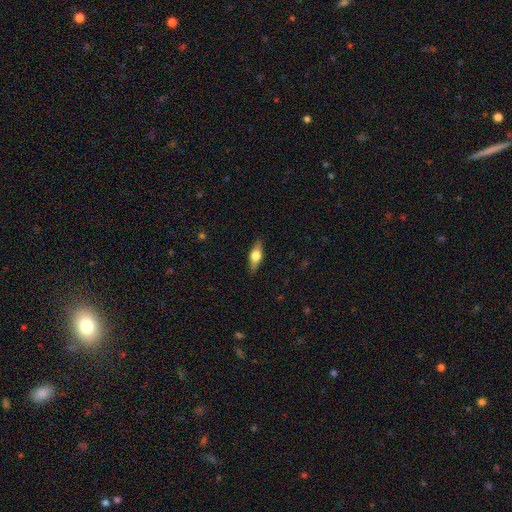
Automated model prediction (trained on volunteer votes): smooth 49%, featured or disk 44%, star or artifact 6%. Down the decision tree: merging — none (87%).